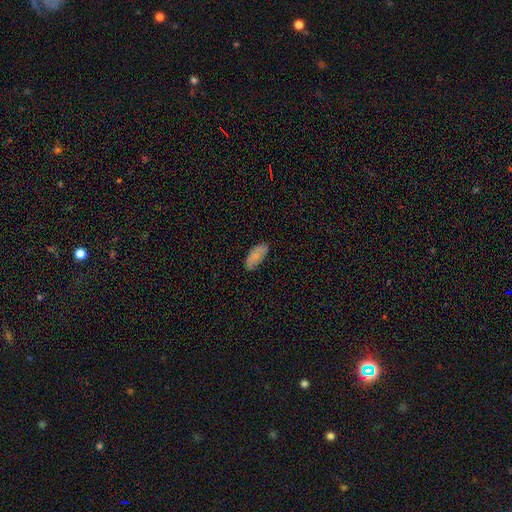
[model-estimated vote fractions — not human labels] Smooth or featured? smooth (78%)
How rounded? in between (89%)
Merging? none (77%)